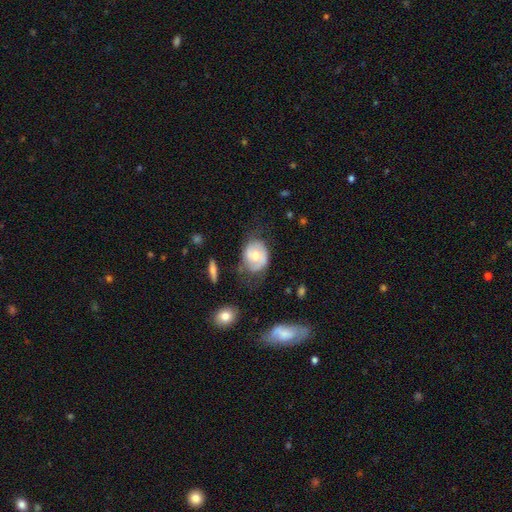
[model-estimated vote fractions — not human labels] A featured or disk galaxy (49%).

Vote fractions:
- Smooth or featured? featured or disk: 49% / smooth: 45% / star or artifact: 7%
- Merging? none: 59% / minor disturbance: 26% / major disturbance: 12% / merger: 4%